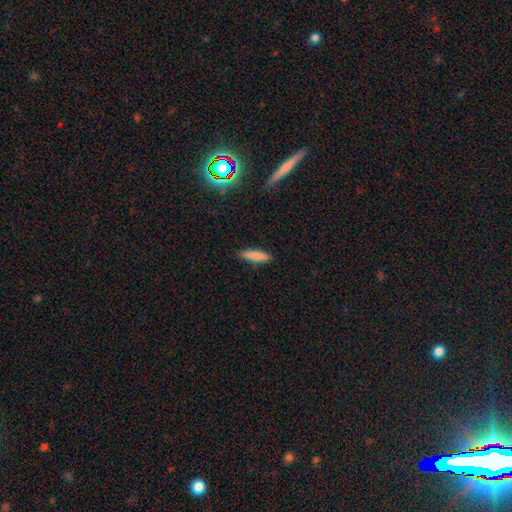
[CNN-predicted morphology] type=smooth (83%); roundness=cigar-shaped (78%); merging=none (88%).